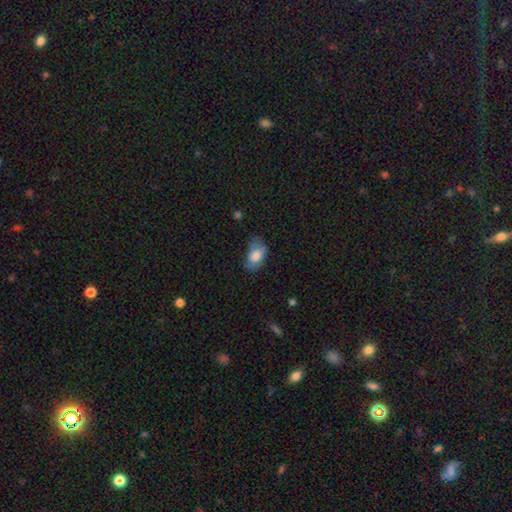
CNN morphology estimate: A smooth galaxy with no disk features (70%) that is in between round and cigar-shaped (92%).

Vote fractions:
- Smooth or featured? smooth: 70% / featured or disk: 22% / star or artifact: 8%
- How rounded? in between: 92% / round: 6% / cigar-shaped: 2%
- Merging? none: 51% / minor disturbance: 32% / major disturbance: 16% / merger: 2%